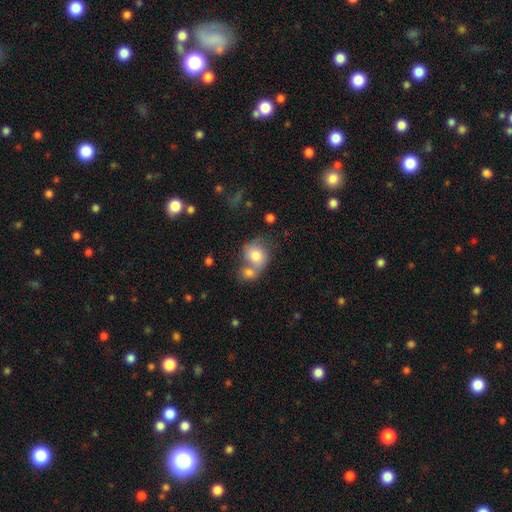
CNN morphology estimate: Smooth or featured?
  - smooth: 71% *
  - featured or disk: 21%
  - star or artifact: 8%
How rounded?
  - round: 65% *
  - in between: 34%
  - cigar-shaped: 1%
Merging?
  - merger: 56% *
  - none: 26%
  - minor disturbance: 11%
  - major disturbance: 7%